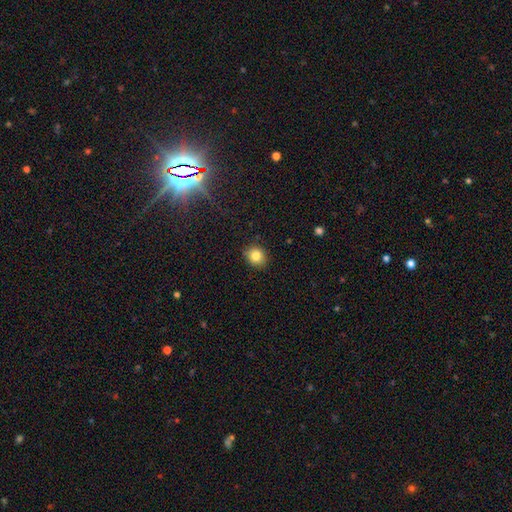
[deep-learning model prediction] A smooth galaxy with no disk features (83%) that is round (76%).

Vote fractions:
- Smooth or featured? smooth: 83% / star or artifact: 11% / featured or disk: 7%
- How rounded? round: 76% / in between: 23% / cigar-shaped: 1%
- Merging? none: 87% / minor disturbance: 9% / major disturbance: 2% / merger: 1%